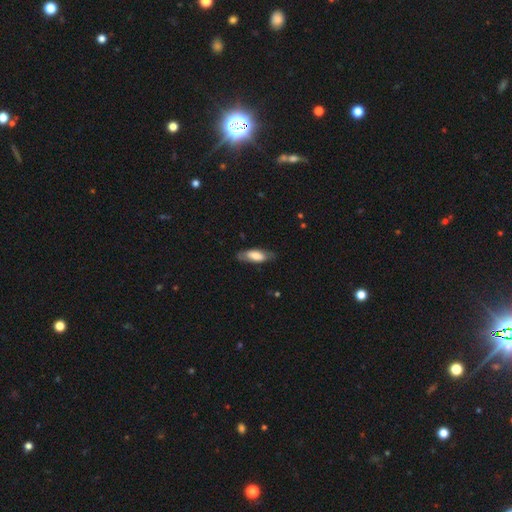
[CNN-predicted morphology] Smooth or featured? Predicted: smooth (p=0.67). How rounded? Predicted: in between (p=0.71). Merging? Predicted: none (p=0.74).